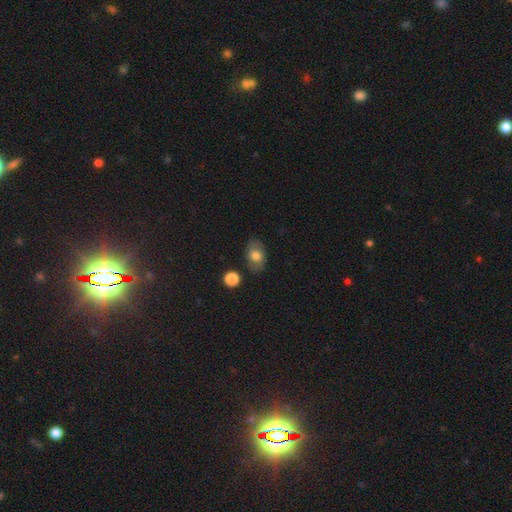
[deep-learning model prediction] This appears to be a smooth galaxy with no disk features (73%) that is in between round and cigar-shaped (83%). Merging: none (77%).